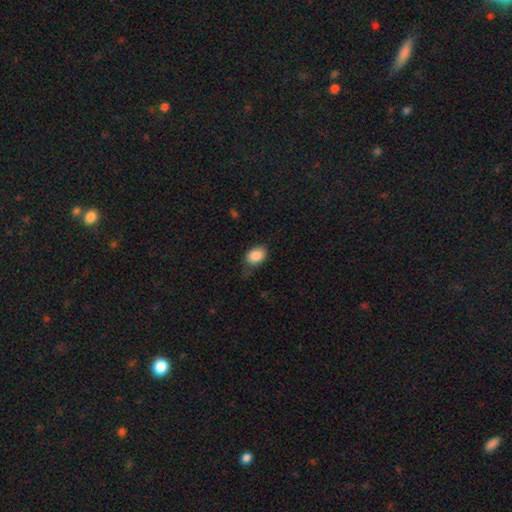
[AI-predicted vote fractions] Smooth or featured? smooth (87%)
How rounded? in between (76%)
Merging? none (64%)